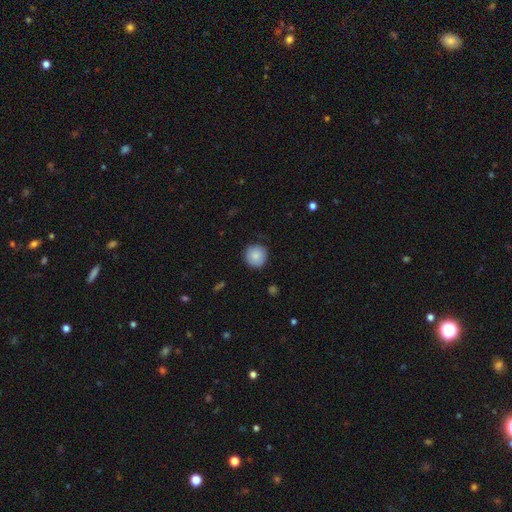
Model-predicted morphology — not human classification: Q: Smooth or featured?
A: smooth (85%); runner-up: star or artifact (8%)
Q: How rounded?
A: round (94%); runner-up: in between (5%)
Q: Merging?
A: none (84%); runner-up: minor disturbance (13%)